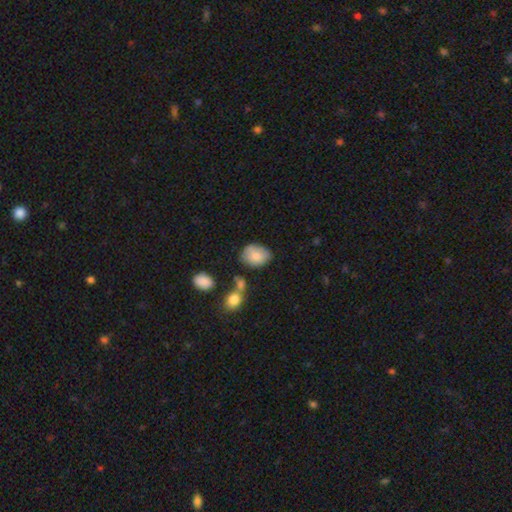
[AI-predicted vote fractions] Q: Smooth or featured?
A: smooth (80%); runner-up: featured or disk (13%)
Q: How rounded?
A: in between (70%); runner-up: round (29%)
Q: Merging?
A: none (65%); runner-up: minor disturbance (23%)